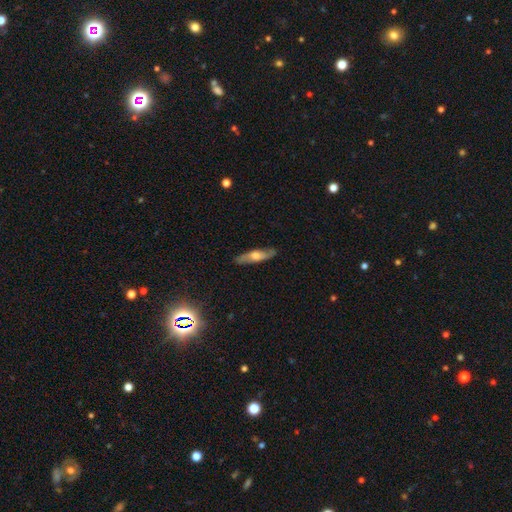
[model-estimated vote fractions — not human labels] Smooth or featured? smooth (49%)
Merging? none (86%)